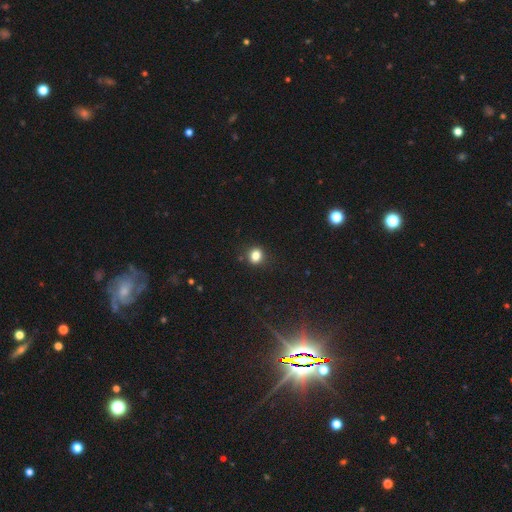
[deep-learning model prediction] Smooth or featured: smooth — 83% (star or artifact — 13%)
How rounded: round — 71% (in between — 28%)
Merging: none — 85% (minor disturbance — 10%)